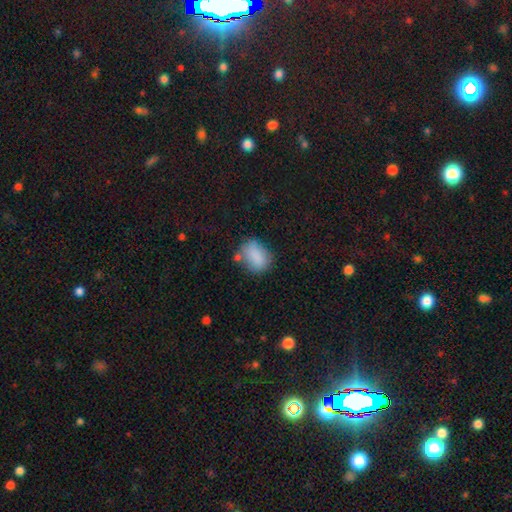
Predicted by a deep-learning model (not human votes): Q: Smooth or featured?
A: smooth (83%); runner-up: star or artifact (9%)
Q: How rounded?
A: in between (62%); runner-up: round (36%)
Q: Merging?
A: none (61%); runner-up: minor disturbance (23%)